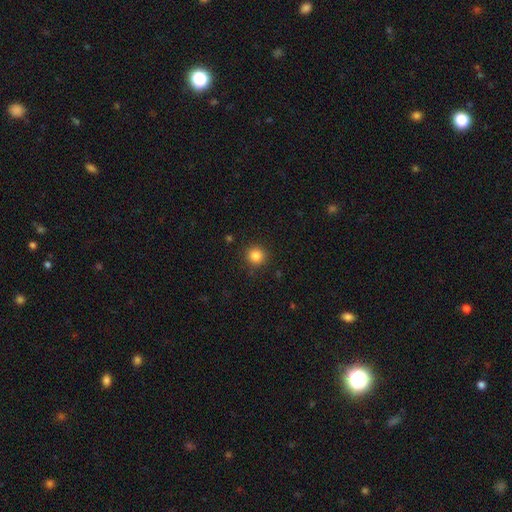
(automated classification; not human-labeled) Smooth or featured? Predicted: smooth (p=0.84). How rounded? Predicted: round (p=0.92). Merging? Predicted: none (p=0.90).